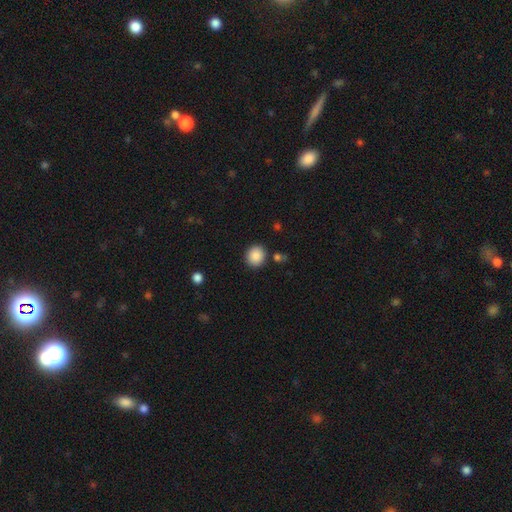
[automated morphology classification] Smooth or featured?
  - smooth: 88% *
  - star or artifact: 9%
  - featured or disk: 4%
How rounded?
  - round: 81% *
  - in between: 18%
  - cigar-shaped: 1%
Merging?
  - none: 87% *
  - minor disturbance: 7%
  - merger: 4%
  - major disturbance: 2%